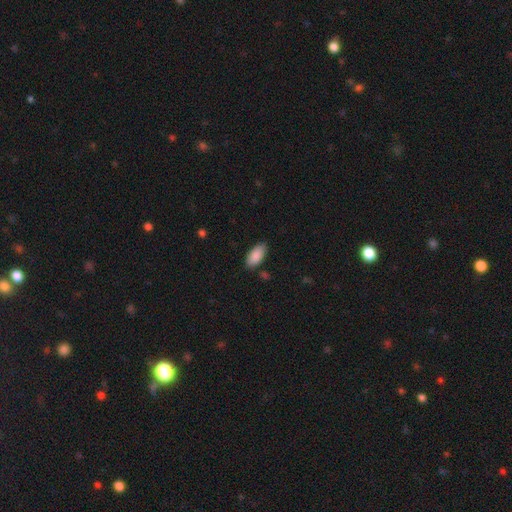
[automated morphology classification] Smooth or featured? smooth (89%)
How rounded? in between (92%)
Merging? none (83%)